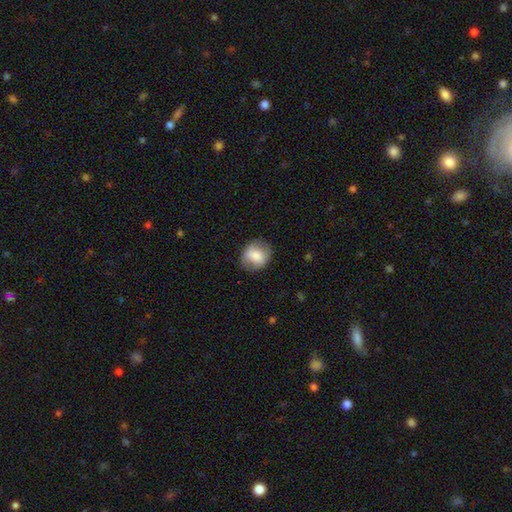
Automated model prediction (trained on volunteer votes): smooth 71%, featured or disk 22%, star or artifact 7%. Down the decision tree: how rounded — round (57%); merging — none (81%).